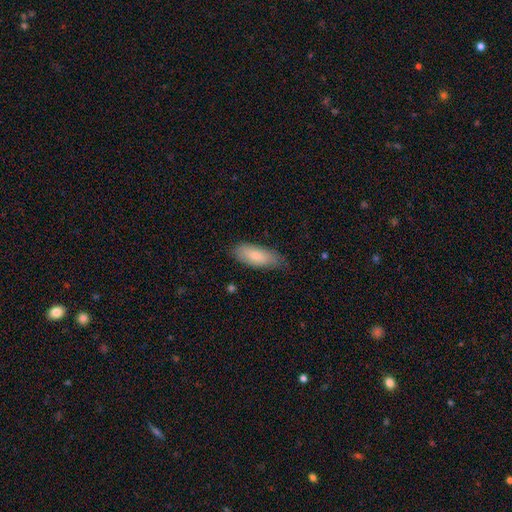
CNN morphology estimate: smooth-or-featured: smooth: 79% | featured or disk: 16% | star or artifact: 6%
  how-rounded: in between: 79% | cigar-shaped: 19% | round: 2%
  merging: none: 67% | minor disturbance: 27% | major disturbance: 5% | merger: 1%